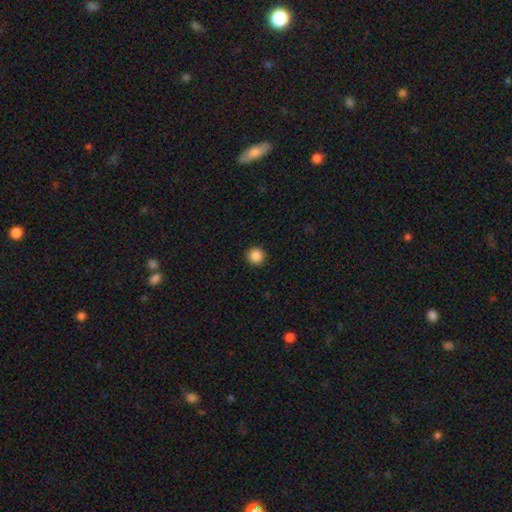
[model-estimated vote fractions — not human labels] A smooth galaxy with no disk features (87%) that is round (96%).

Vote fractions:
- Smooth or featured? smooth: 87% / star or artifact: 10% / featured or disk: 3%
- How rounded? round: 96% / in between: 3% / cigar-shaped: 1%
- Merging? none: 93% / minor disturbance: 4% / major disturbance: 2% / merger: 1%